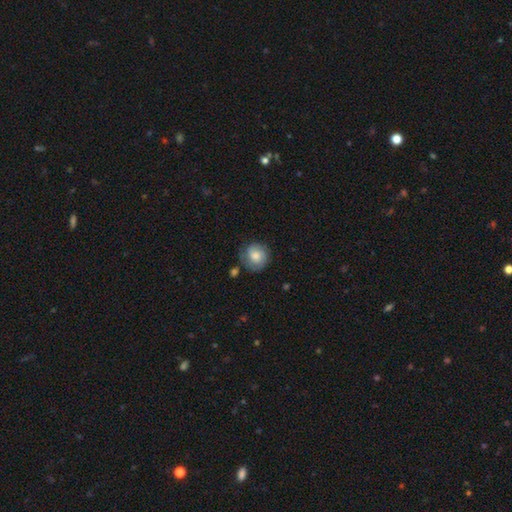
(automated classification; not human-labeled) A smooth galaxy with no disk features (62%) that is round (86%).

Vote fractions:
- Smooth or featured? smooth: 62% / featured or disk: 30% / star or artifact: 8%
- How rounded? round: 86% / in between: 13% / cigar-shaped: 1%
- Merging? none: 68% / minor disturbance: 21% / major disturbance: 7% / merger: 4%